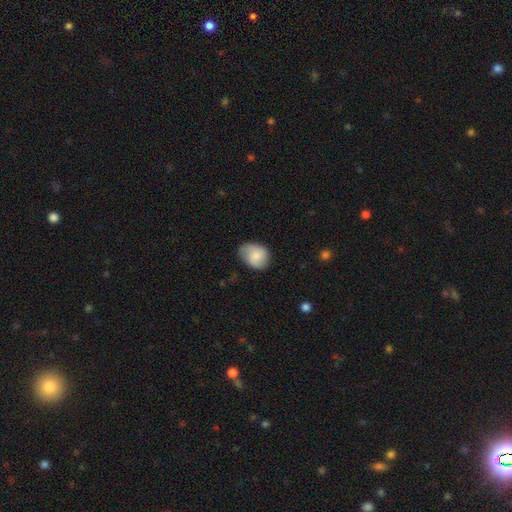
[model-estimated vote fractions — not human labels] Smooth or featured? Predicted: smooth (p=0.78). How rounded? Predicted: in between (p=0.56). Merging? Predicted: none (p=0.58).